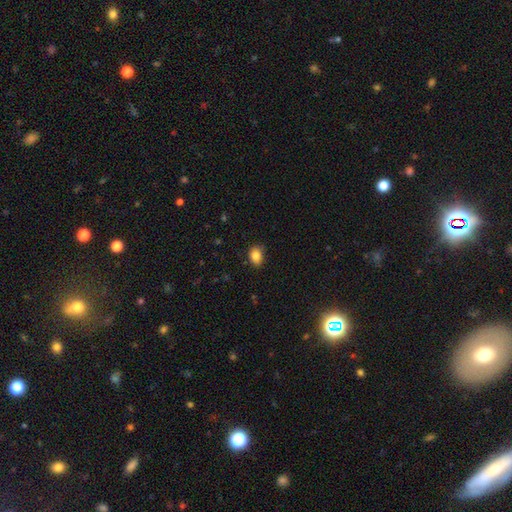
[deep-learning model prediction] This appears to be a smooth galaxy with no disk features (85%) that is in between round and cigar-shaped (71%). Merging: none (80%).